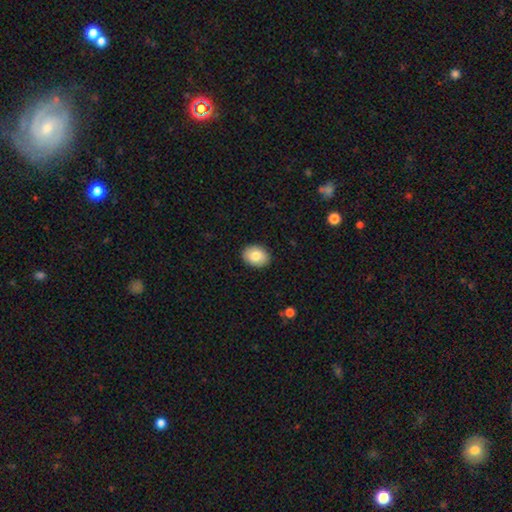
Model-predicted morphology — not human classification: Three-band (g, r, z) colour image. It shows a smooth galaxy with no disk features (84%) that is in between round and cigar-shaped (63%). Merging: none (90%).